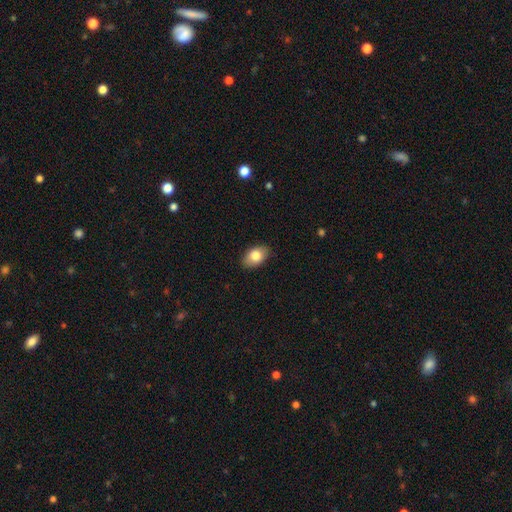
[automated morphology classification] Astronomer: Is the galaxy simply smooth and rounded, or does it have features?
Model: smooth — 82%.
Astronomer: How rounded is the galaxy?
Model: in between — 88%.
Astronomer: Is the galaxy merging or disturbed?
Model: none — 86%.